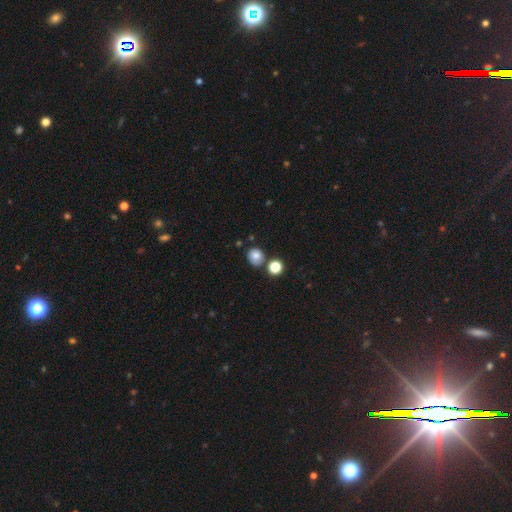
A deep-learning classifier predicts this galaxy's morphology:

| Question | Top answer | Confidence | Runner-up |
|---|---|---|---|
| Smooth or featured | smooth | 80% | star or artifact (12%) |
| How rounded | round | 77% | in between (22%) |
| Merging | none | 72% | minor disturbance (12%) |